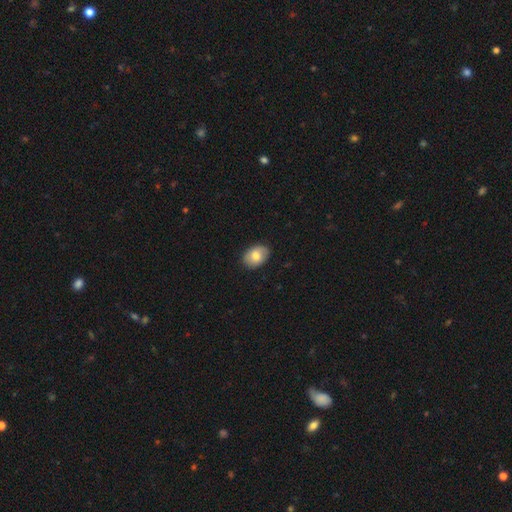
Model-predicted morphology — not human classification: This appears to be a smooth galaxy with no disk features (77%) that is in between round and cigar-shaped (77%). Merging: none (87%).